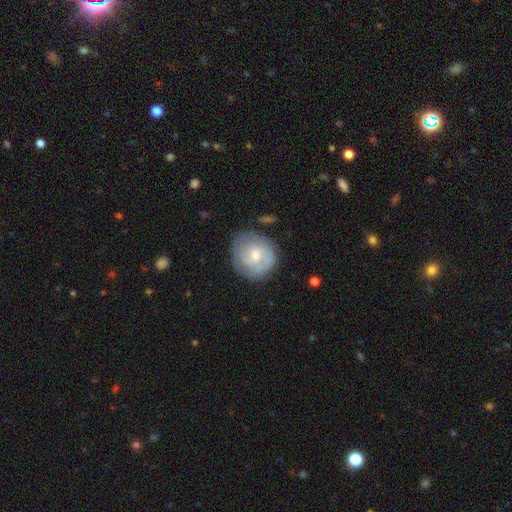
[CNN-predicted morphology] smooth_or_featured: featured or disk (p=0.62) [alt: smooth p=0.32]
disk_edge_on: no (p=0.98) [alt: yes p=0.02]
bar: no (p=0.58) [alt: weak p=0.37]
has_spiral_arms: yes (p=0.83) [alt: no p=0.17]
spiral_winding: tight (p=0.54) [alt: medium p=0.34]
spiral_arm_count: 2 (p=0.42) [alt: can't tell p=0.33]
bulge_size: moderate (p=0.52) [alt: small p=0.39]
merging: none (p=0.73) [alt: minor disturbance p=0.18]